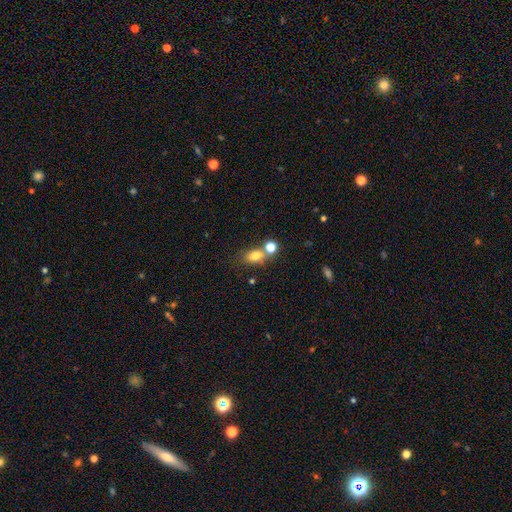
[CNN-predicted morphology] A smooth galaxy with no disk features (77%) that is in between round and cigar-shaped (73%). Merging: none (51%).